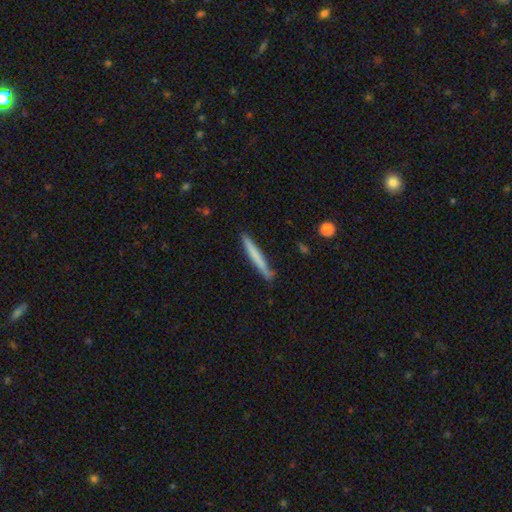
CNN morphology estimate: A smooth galaxy with no disk features (67%) that is cigar-shaped (96%).

Vote fractions:
- Smooth or featured? smooth: 67% / featured or disk: 28% / star or artifact: 5%
- How rounded? cigar-shaped: 96% / in between: 2% / round: 1%
- Merging? none: 85% / minor disturbance: 11% / merger: 2% / major disturbance: 2%